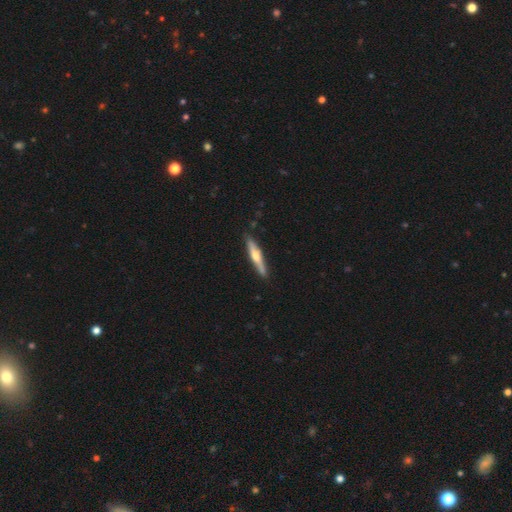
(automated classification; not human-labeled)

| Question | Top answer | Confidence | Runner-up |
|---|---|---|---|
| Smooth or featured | featured or disk | 57% | smooth (38%) |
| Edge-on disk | yes | 95% | no (5%) |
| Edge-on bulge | rounded | 88% | none (7%) |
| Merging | none | 88% | minor disturbance (9%) |